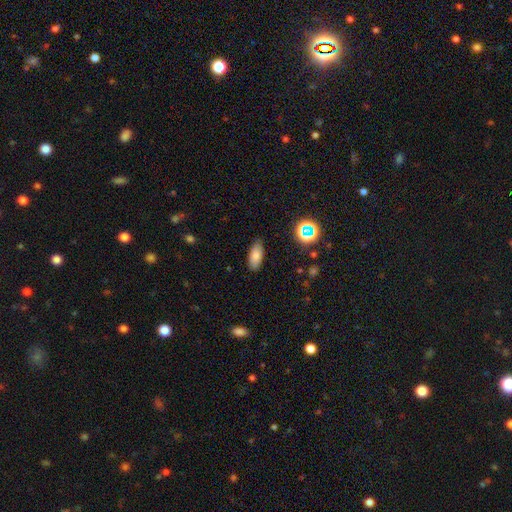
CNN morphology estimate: smooth 79%, star or artifact 11%, featured or disk 11%. Down the decision tree: how rounded — in between (83%); merging — none (84%).